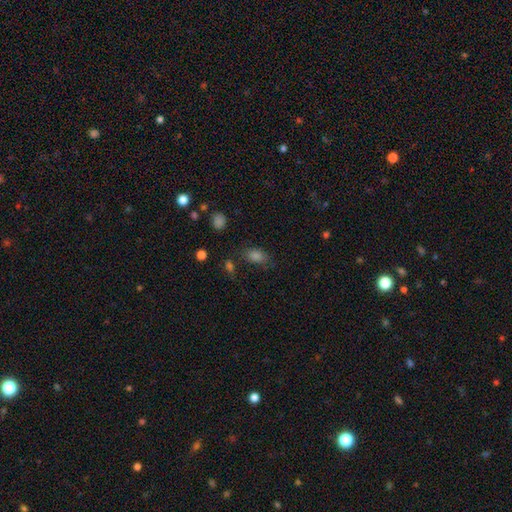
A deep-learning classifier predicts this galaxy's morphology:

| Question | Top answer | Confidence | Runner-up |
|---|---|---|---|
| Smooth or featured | smooth | 75% | star or artifact (17%) |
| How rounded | in between | 83% | round (14%) |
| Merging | none | 71% | minor disturbance (17%) |